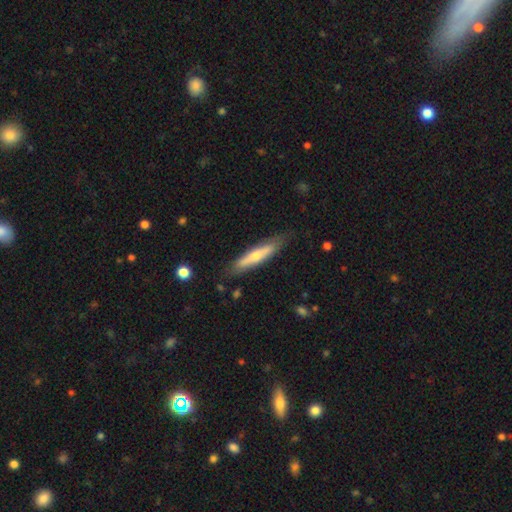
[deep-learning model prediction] smooth 49%, featured or disk 46%, star or artifact 5%. Down the decision tree: merging — none (80%).